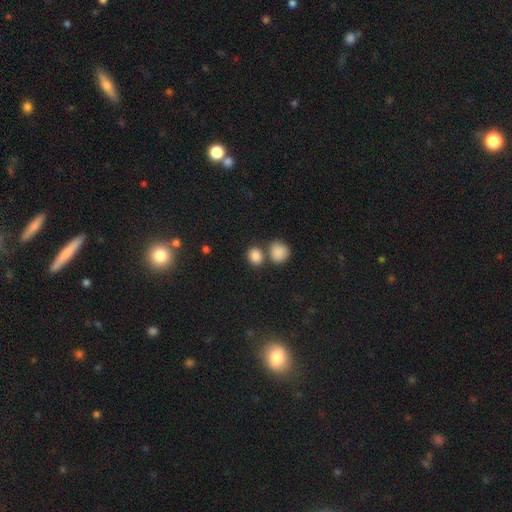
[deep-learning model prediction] Morphology: type=smooth (85%); roundness=round (57%); merging=none (57%).